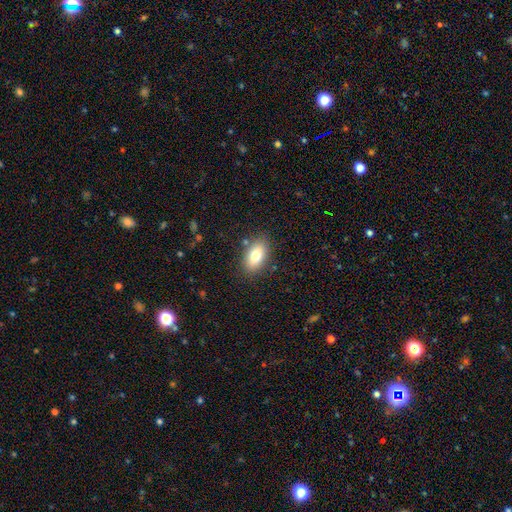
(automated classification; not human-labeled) A smooth galaxy with no disk features (78%) that is in between round and cigar-shaped (90%).

Vote fractions:
- Smooth or featured? smooth: 78% / featured or disk: 14% / star or artifact: 8%
- How rounded? in between: 90% / round: 7% / cigar-shaped: 3%
- Merging? none: 84% / minor disturbance: 11% / major disturbance: 3% / merger: 2%